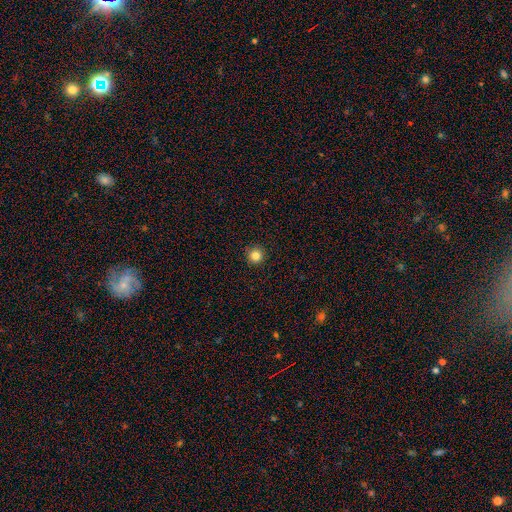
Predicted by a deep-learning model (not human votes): The model was most divided on "smooth or featured": smooth: 83%, star or artifact: 12%, featured or disk: 5%. More confident: how rounded — round (96%); merging — none (93%).